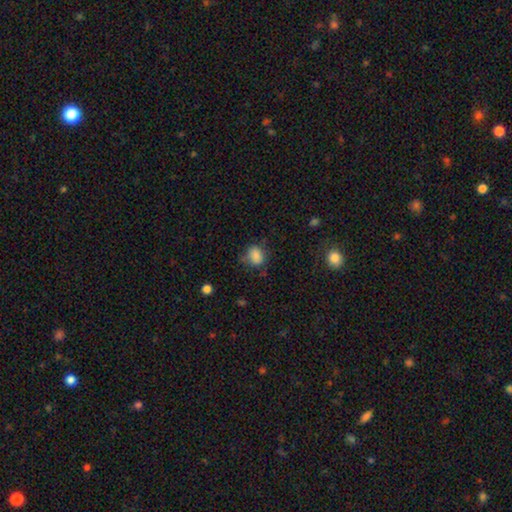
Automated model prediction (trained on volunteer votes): smooth 83%, star or artifact 10%, featured or disk 7%. Down the decision tree: how rounded — round (53%); merging — none (62%).